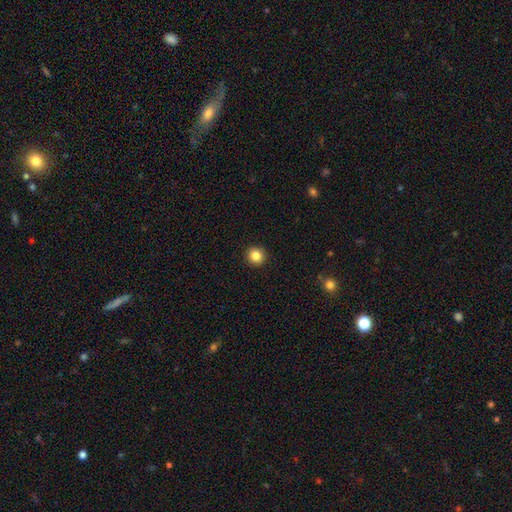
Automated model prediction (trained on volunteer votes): A smooth galaxy with no disk features (85%) that is round (92%). Merging: none (93%).